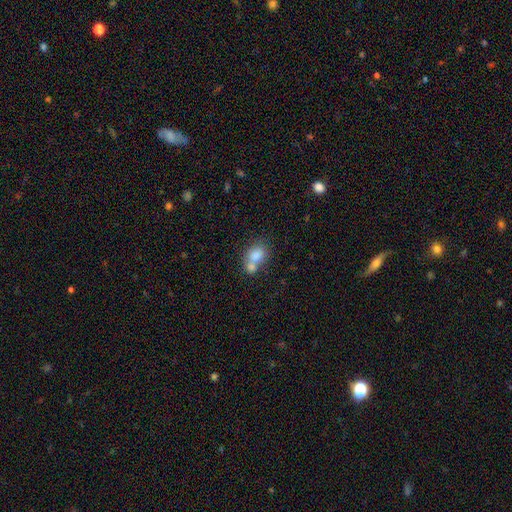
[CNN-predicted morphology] Smooth or featured?
  - smooth: 78% *
  - featured or disk: 13%
  - star or artifact: 9%
How rounded?
  - in between: 62% *
  - round: 37%
  - cigar-shaped: 1%
Merging?
  - merger: 58% *
  - none: 29%
  - minor disturbance: 9%
  - major disturbance: 4%